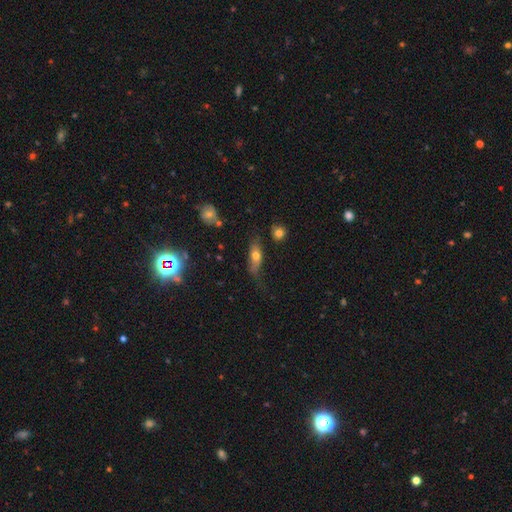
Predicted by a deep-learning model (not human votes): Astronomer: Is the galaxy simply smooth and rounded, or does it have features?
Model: smooth — 63%.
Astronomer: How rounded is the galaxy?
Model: in between — 64%.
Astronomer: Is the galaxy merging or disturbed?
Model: none — 50% (runner-up: minor disturbance, 31%).